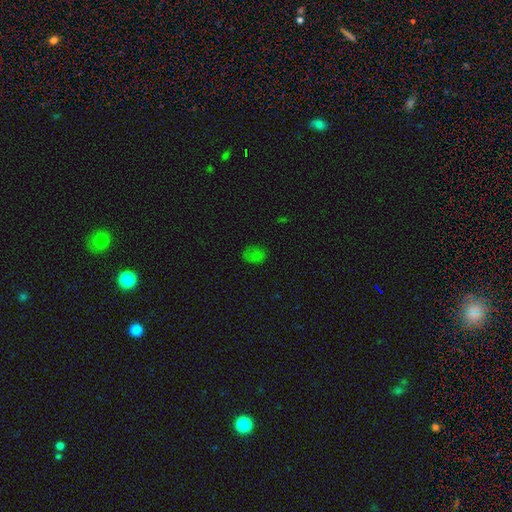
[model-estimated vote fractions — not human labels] smooth 61%, star or artifact 31%, featured or disk 9%. Down the decision tree: how rounded — in between (52%); merging — none (74%).